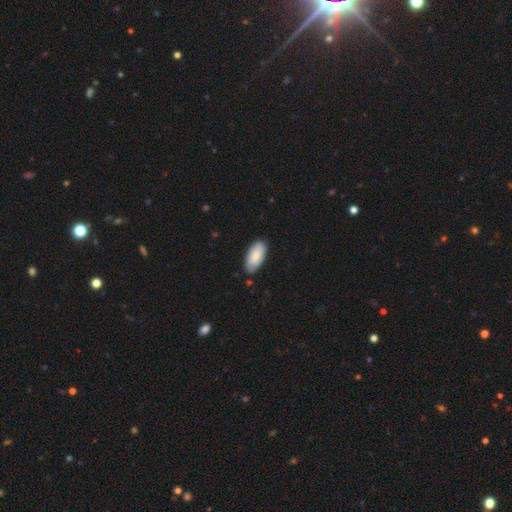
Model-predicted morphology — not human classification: This is clearly a smooth galaxy (82%). How rounded: clearly in between (90%). Merging: clearly none (82%).